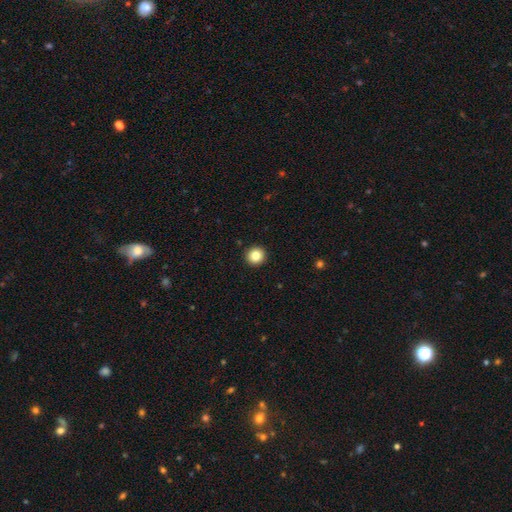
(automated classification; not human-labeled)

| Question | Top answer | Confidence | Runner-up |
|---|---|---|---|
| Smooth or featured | smooth | 84% | star or artifact (10%) |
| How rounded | round | 95% | in between (4%) |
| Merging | none | 94% | minor disturbance (4%) |